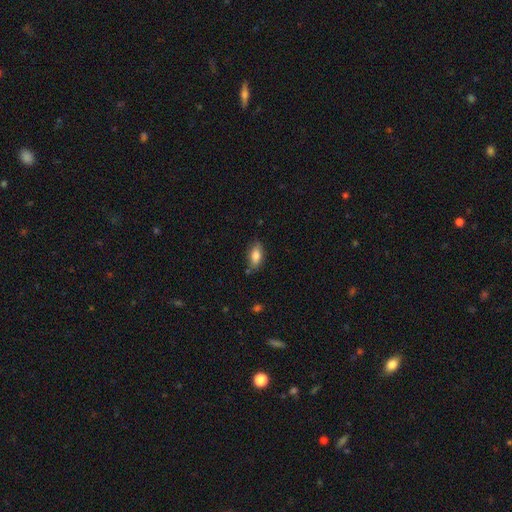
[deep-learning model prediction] smooth-or-featured: smooth: 79% | featured or disk: 13% | star or artifact: 7%
  how-rounded: in between: 85% | cigar-shaped: 11% | round: 3%
  merging: none: 77% | minor disturbance: 17% | merger: 3% | major disturbance: 3%